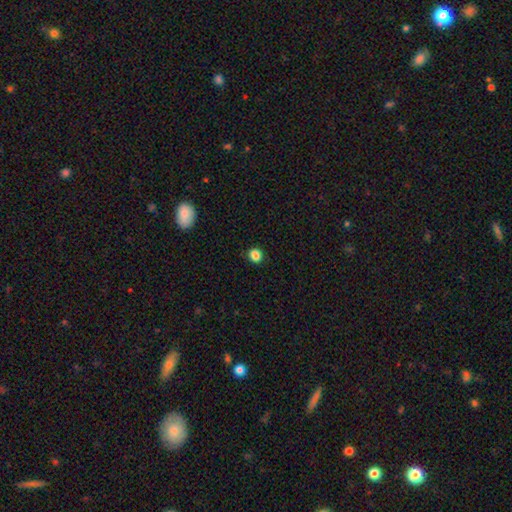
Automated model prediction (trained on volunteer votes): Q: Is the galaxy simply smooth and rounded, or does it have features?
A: smooth — 85%.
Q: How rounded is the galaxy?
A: round — 82%.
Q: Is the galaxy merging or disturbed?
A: none — 89%.